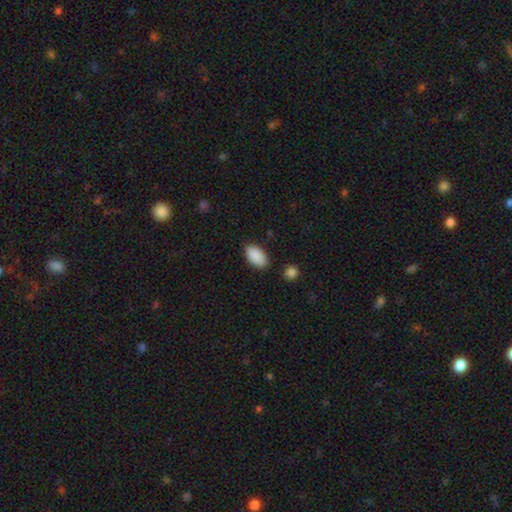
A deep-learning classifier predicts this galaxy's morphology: The model was most divided on "merging": none: 86%, minor disturbance: 10%, major disturbance: 3%, merger: 2%. More confident: how rounded — in between (95%); smooth or featured — smooth (91%).